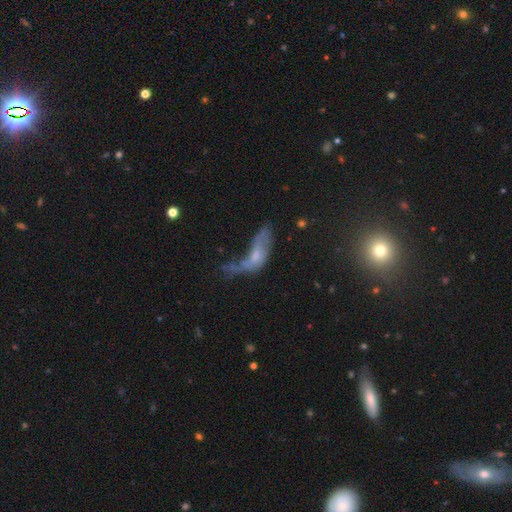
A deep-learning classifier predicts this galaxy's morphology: Smooth or featured? Predicted: featured or disk (p=0.45). Merging? Predicted: major disturbance (p=0.46).